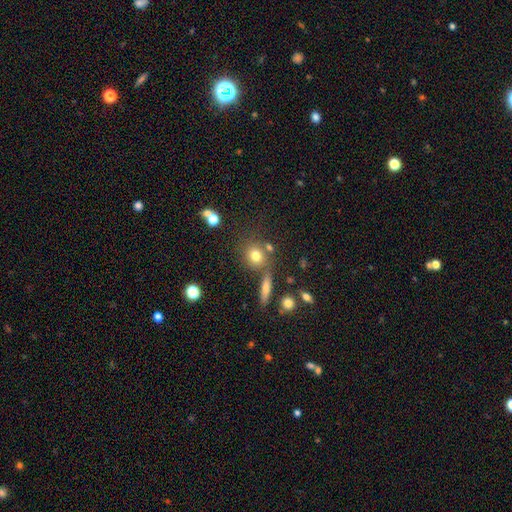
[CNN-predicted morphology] This is likely a smooth galaxy (75%). How rounded: likely round (78%). Merging: likely none (68%).